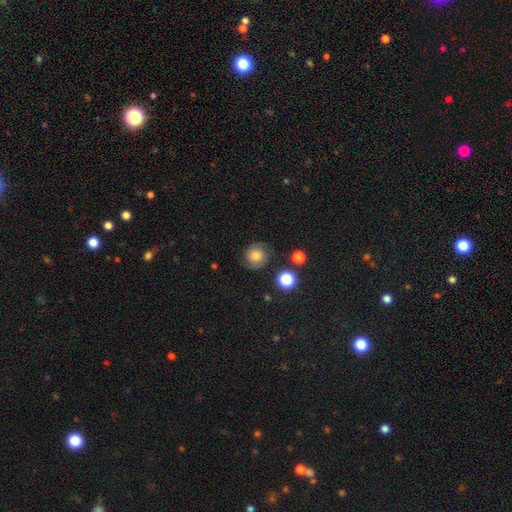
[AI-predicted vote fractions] Q: Smooth or featured?
A: featured or disk (56%); runner-up: smooth (32%)
Q: Edge-on disk?
A: no (97%); runner-up: yes (3%)
Q: Bar?
A: no (74%); runner-up: weak (22%)
Q: Spiral arms?
A: yes (93%); runner-up: no (7%)
Q: Spiral winding?
A: tight (46%); runner-up: medium (41%)
Q: Spiral arm count?
A: 2 (88%); runner-up: can't tell (6%)
Q: Bulge size?
A: moderate (49%); runner-up: small (20%)
Q: Merging?
A: none (81%); runner-up: minor disturbance (13%)